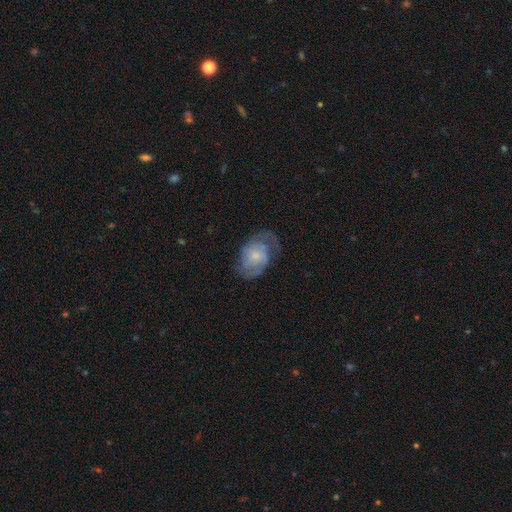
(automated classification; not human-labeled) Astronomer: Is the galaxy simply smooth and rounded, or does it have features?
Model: featured or disk — 66%.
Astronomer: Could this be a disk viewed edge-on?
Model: no — 97%.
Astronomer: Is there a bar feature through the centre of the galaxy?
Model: no — 66%.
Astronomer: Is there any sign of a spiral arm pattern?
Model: yes — 86%.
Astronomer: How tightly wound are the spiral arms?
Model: medium — 44% (runner-up: tight, 37%).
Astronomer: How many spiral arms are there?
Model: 2 — 62%.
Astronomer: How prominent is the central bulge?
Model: small — 52% (runner-up: moderate, 33%).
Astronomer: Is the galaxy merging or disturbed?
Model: none — 54%.